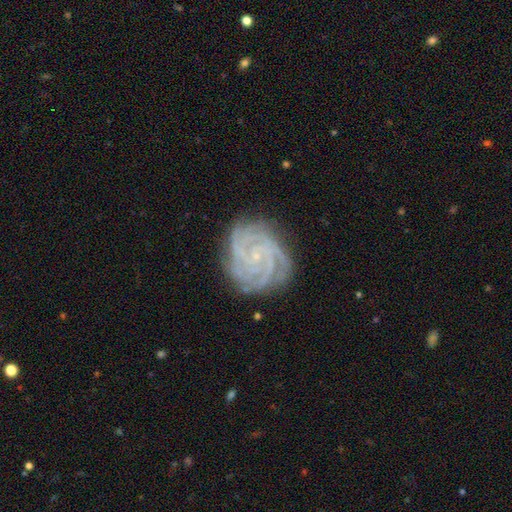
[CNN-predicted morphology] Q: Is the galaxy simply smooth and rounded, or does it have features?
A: featured or disk — 86%.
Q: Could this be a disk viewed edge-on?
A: no — 98%.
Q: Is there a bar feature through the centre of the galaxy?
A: no — 69%.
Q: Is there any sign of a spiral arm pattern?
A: yes — 98%.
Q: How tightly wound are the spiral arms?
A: tight — 77%.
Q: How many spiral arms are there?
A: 4 — 34%.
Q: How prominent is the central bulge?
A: small — 84%.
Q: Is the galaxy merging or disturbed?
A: none — 81%.